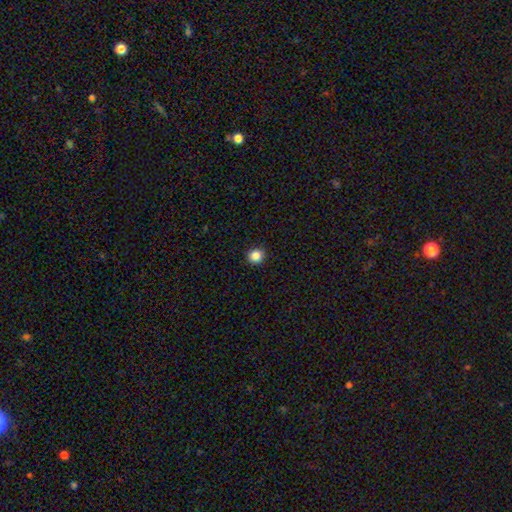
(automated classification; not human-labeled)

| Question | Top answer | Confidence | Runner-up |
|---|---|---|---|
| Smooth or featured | smooth | 86% | star or artifact (11%) |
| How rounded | round | 93% | in between (6%) |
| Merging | none | 93% | minor disturbance (5%) |